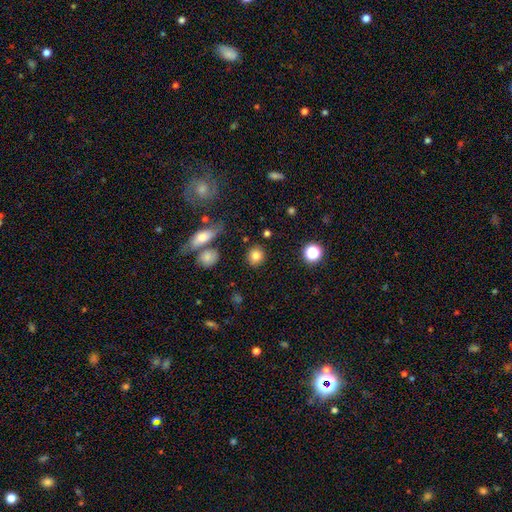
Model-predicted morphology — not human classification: type=smooth (82%); roundness=round (83%); merging=none (85%).